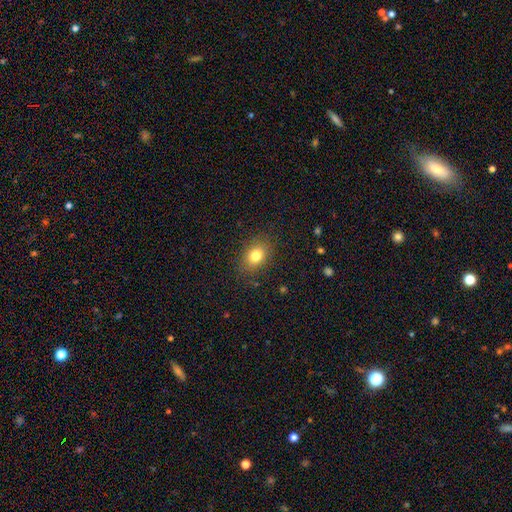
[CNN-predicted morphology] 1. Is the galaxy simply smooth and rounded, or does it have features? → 79% smooth, 11% star or artifact, 9% featured or disk.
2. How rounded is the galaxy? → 65% in between, 33% round, 1% cigar-shaped.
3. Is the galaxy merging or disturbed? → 85% none, 10% minor disturbance, 3% major disturbance, 1% merger.